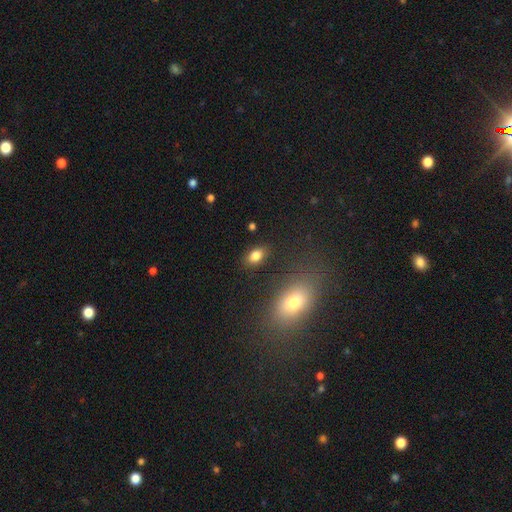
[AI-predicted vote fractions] smooth-or-featured: smooth: 83% | star or artifact: 9% | featured or disk: 8%
  how-rounded: in between: 87% | round: 11% | cigar-shaped: 3%
  merging: none: 84% | minor disturbance: 10% | merger: 3% | major disturbance: 3%